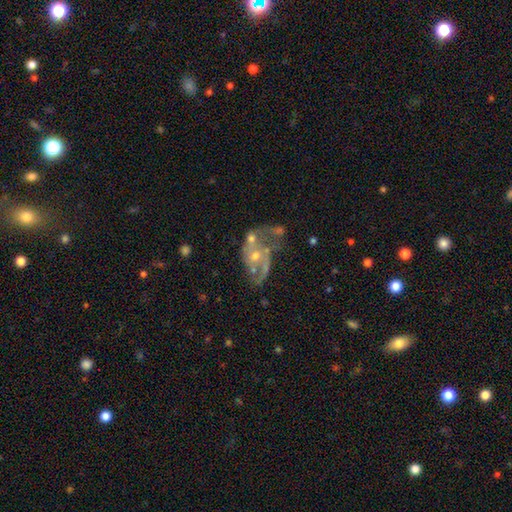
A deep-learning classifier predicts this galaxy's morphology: featured or disk 76%, smooth 15%, star or artifact 10%. Down the decision tree: edge-on disk — no (97%); bar — no (74%); spiral arms — yes (68%); spiral arm count — 2 (59%); spiral winding — loose (49%); bulge size — small (48%); merging — major disturbance (30%).